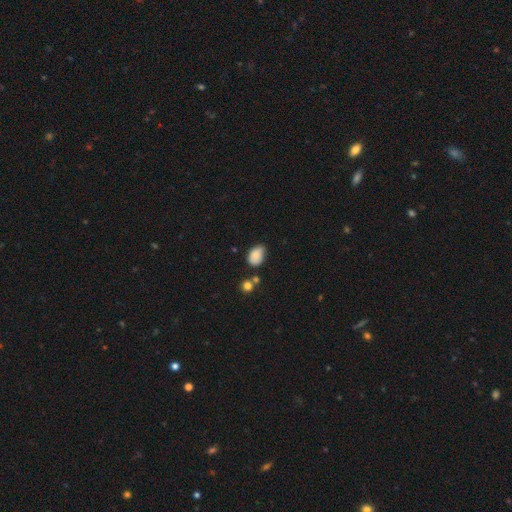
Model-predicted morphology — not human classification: Smooth or featured? Predicted: smooth (p=0.85). How rounded? Predicted: in between (p=0.86). Merging? Predicted: none (p=0.55).